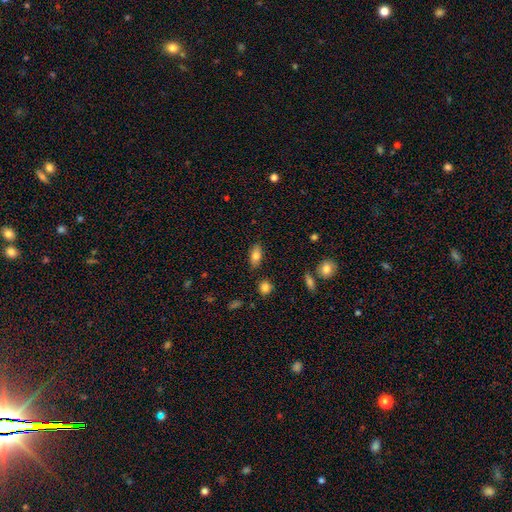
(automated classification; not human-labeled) Morphology: type=smooth (79%); roundness=in between (87%); merging=none (85%).